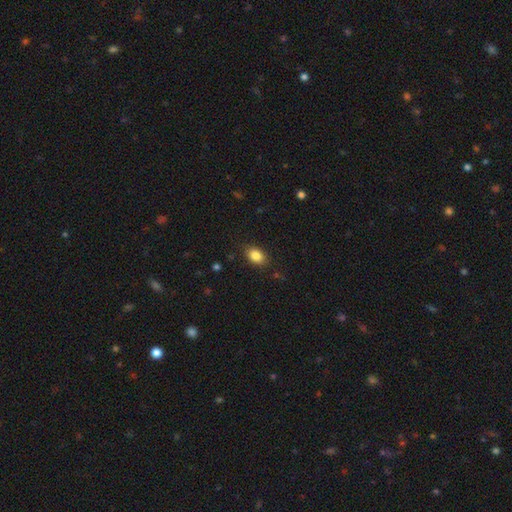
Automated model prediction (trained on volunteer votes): Smooth or featured: smooth — 86% (star or artifact — 9%)
How rounded: in between — 81% (round — 18%)
Merging: none — 86% (minor disturbance — 10%)